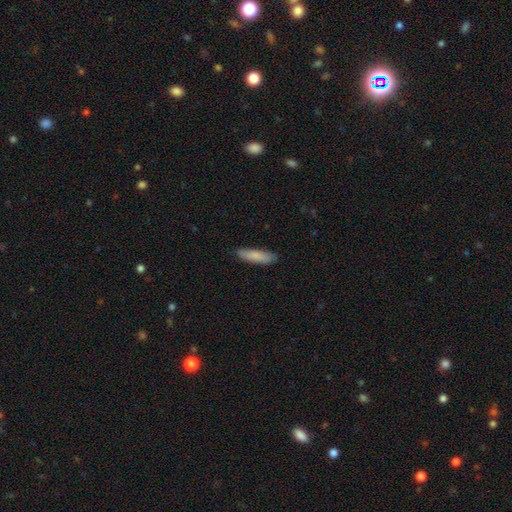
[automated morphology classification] smooth 83%, featured or disk 11%, star or artifact 6%. Down the decision tree: how rounded — cigar-shaped (68%); merging — none (86%).